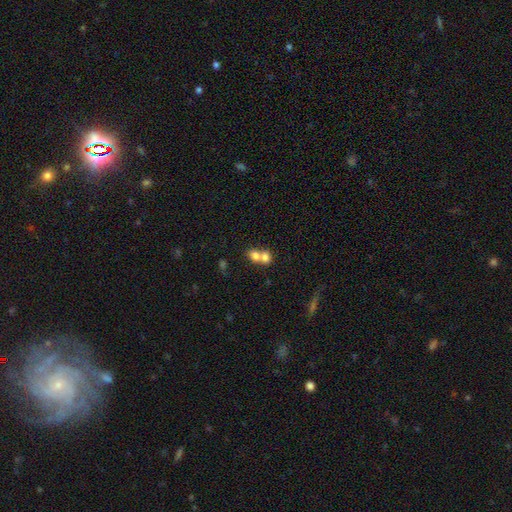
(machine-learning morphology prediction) This is likely a smooth galaxy (74%). How rounded: likely round (60%). Merging: likely merger (71%).